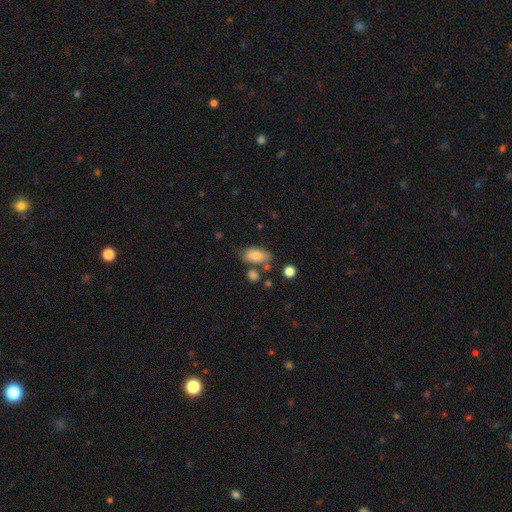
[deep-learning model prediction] A smooth galaxy with no disk features (81%) that is in between round and cigar-shaped (91%).

Vote fractions:
- Smooth or featured? smooth: 81% / featured or disk: 11% / star or artifact: 8%
- How rounded? in between: 91% / round: 6% / cigar-shaped: 3%
- Merging? none: 57% / minor disturbance: 21% / merger: 14% / major disturbance: 7%